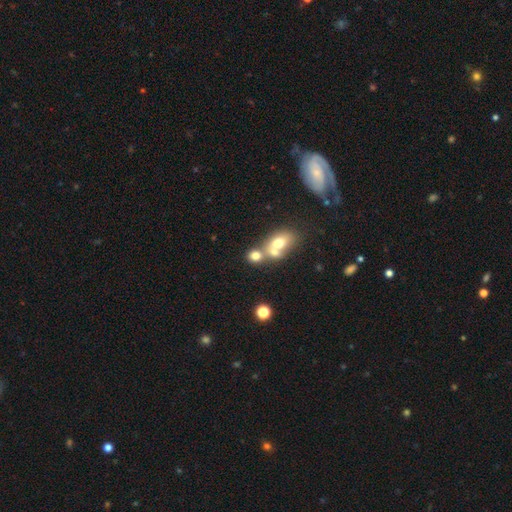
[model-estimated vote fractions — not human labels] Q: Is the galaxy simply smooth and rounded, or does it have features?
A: smooth — 71%.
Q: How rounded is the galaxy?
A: round — 60%.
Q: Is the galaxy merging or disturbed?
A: merger — 56%.